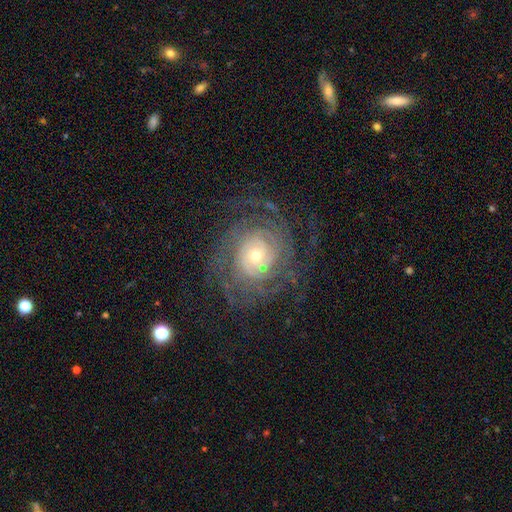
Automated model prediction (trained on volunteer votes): Smooth or featured? Predicted: featured or disk (p=0.86). Edge-on disk? Predicted: no (p=0.97). Bar? Predicted: no (p=0.77). Spiral arms? Predicted: yes (p=0.96). Spiral winding? Predicted: tight (p=0.75). Spiral arm count? Predicted: can't tell (p=0.34). Bulge size? Predicted: small (p=0.54). Merging? Predicted: none (p=0.74).